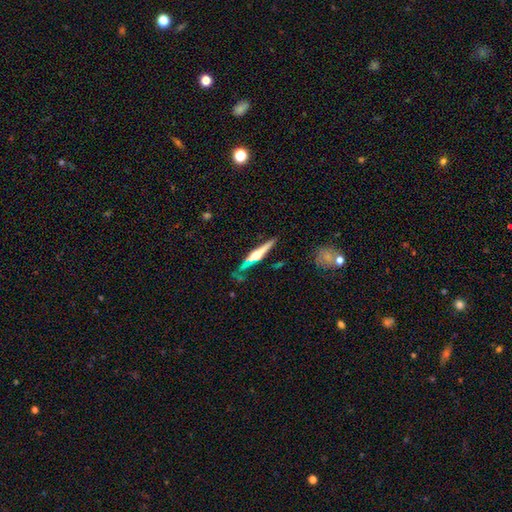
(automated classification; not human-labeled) Q: Smooth or featured?
A: featured or disk (71%); runner-up: smooth (24%)
Q: Edge-on disk?
A: yes (97%); runner-up: no (3%)
Q: Edge-on bulge?
A: rounded (87%); runner-up: boxy (8%)
Q: Merging?
A: none (75%); runner-up: minor disturbance (16%)